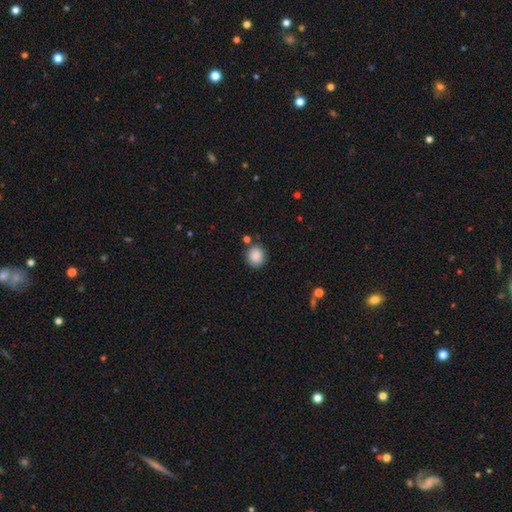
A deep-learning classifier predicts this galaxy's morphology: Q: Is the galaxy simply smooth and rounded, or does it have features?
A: smooth — 88%.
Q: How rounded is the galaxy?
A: round — 81%.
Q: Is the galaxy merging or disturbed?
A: none — 83%.